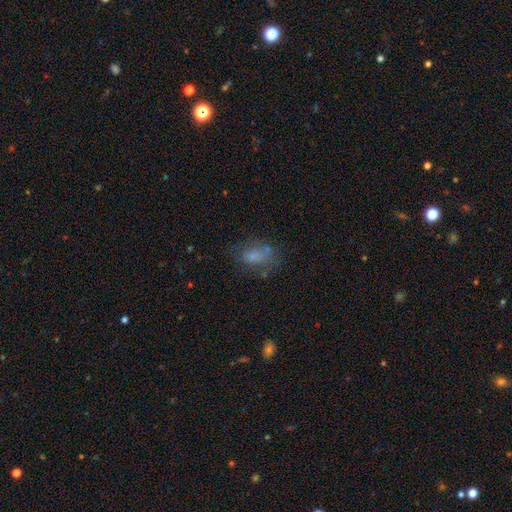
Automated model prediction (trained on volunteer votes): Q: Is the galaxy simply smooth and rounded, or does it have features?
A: smooth — 63%.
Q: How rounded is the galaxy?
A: in between — 83%.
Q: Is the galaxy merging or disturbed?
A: none — 53%.